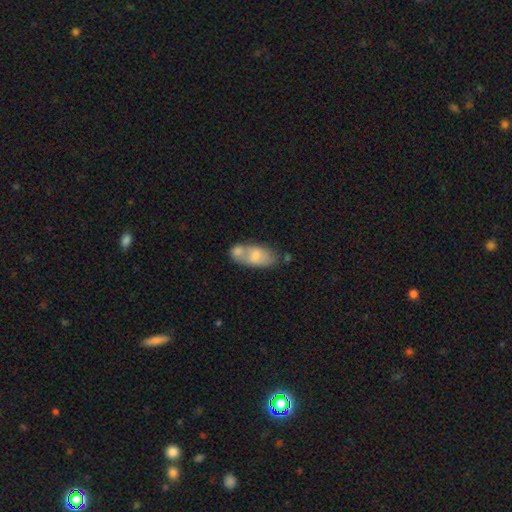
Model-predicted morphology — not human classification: smooth-or-featured: smooth: 65% | featured or disk: 29% | star or artifact: 6%
  how-rounded: in between: 89% | cigar-shaped: 7% | round: 4%
  merging: merger: 43% | none: 33% | minor disturbance: 17% | major disturbance: 7%